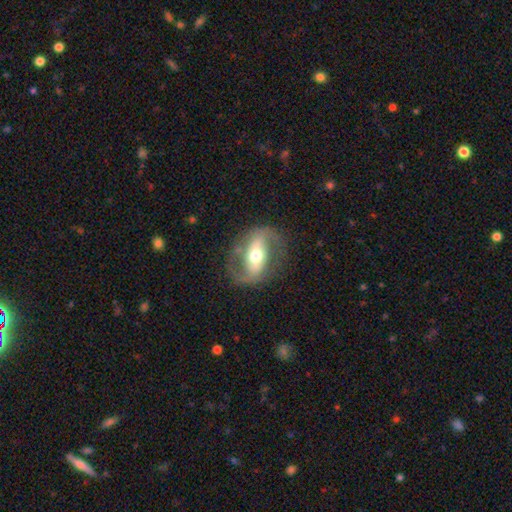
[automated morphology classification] This is likely a featured or disk galaxy (77%). It is clearly not viewed edge-on (93%). Bar: possibly strong (52%). Spiral arm pattern: likely yes (75%). Spiral arm count: clearly 2 (88%). Spiral winding: possibly medium (46%). Central bulge: likely moderate (67%). Merging: likely none (77%).